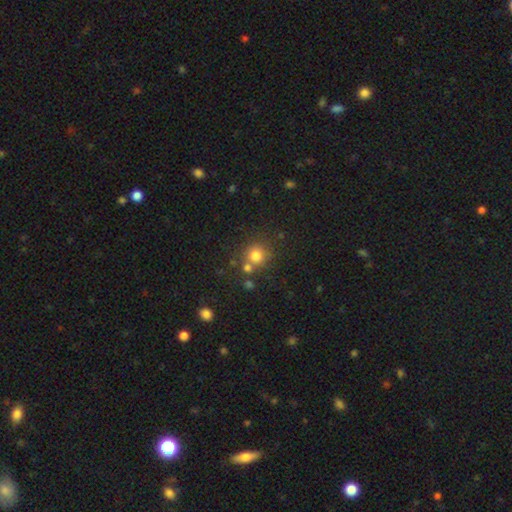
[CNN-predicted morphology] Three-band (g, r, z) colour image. It shows a smooth galaxy with no disk features (78%) that is round (90%). Merging: none (65%).